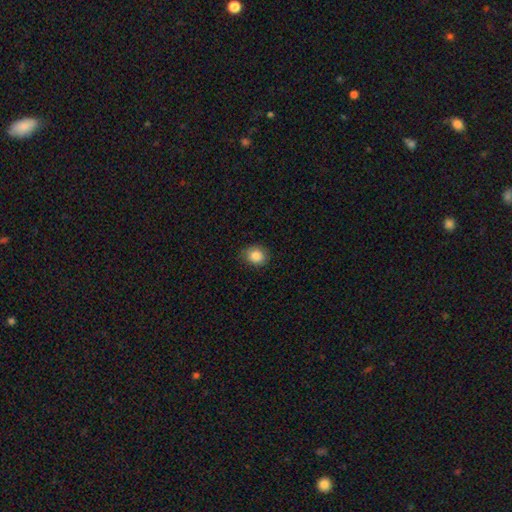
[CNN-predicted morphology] smooth-or-featured: smooth: 86% | star or artifact: 9% | featured or disk: 5%
  how-rounded: round: 68% | in between: 31% | cigar-shaped: 1%
  merging: none: 84% | minor disturbance: 13% | major disturbance: 2% | merger: 1%